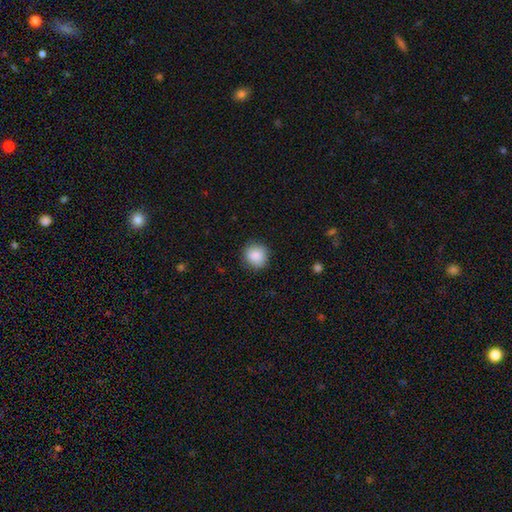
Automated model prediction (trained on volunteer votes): A smooth galaxy with no disk features (87%) that is round (89%).

Vote fractions:
- Smooth or featured? smooth: 87% / star or artifact: 8% / featured or disk: 5%
- How rounded? round: 89% / in between: 10% / cigar-shaped: 1%
- Merging? none: 86% / minor disturbance: 11% / major disturbance: 3% / merger: 1%